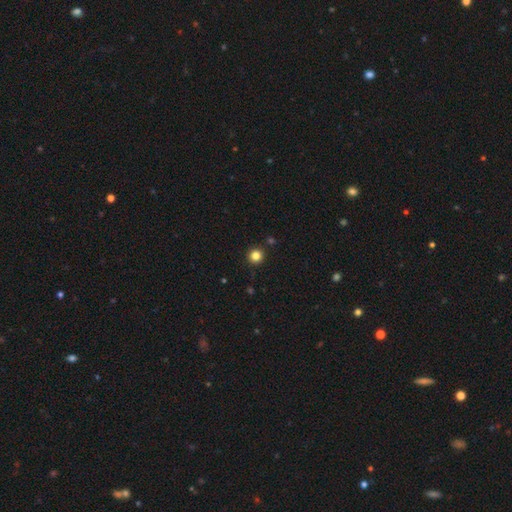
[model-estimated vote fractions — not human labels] A smooth galaxy with no disk features (82%) that is round (95%).

Vote fractions:
- Smooth or featured? smooth: 82% / star or artifact: 13% / featured or disk: 4%
- How rounded? round: 95% / in between: 4% / cigar-shaped: 1%
- Merging? none: 92% / minor disturbance: 5% / merger: 2% / major disturbance: 2%